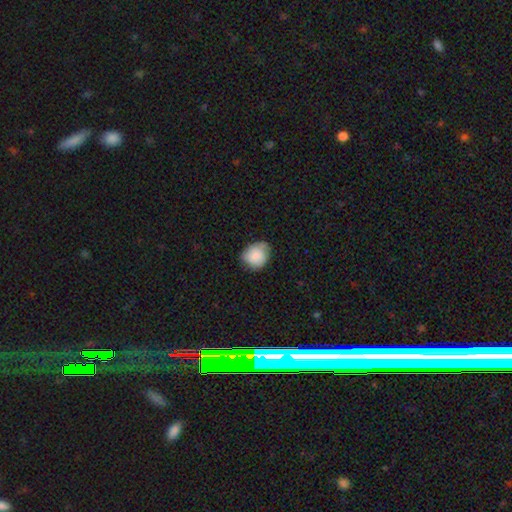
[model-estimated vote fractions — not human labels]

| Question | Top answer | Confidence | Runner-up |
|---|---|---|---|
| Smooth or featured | smooth | 78% | featured or disk (15%) |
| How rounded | round | 64% | in between (36%) |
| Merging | none | 58% | minor disturbance (33%) |